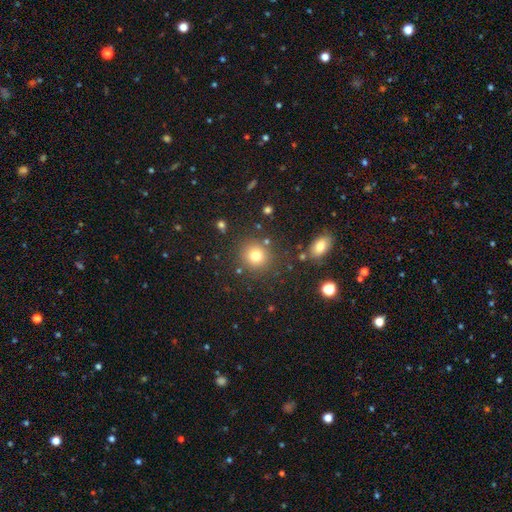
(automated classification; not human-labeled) Smooth or featured?
  - smooth: 78% *
  - star or artifact: 14%
  - featured or disk: 8%
How rounded?
  - round: 89% *
  - in between: 10%
  - cigar-shaped: 1%
Merging?
  - none: 84% *
  - minor disturbance: 8%
  - merger: 5%
  - major disturbance: 3%